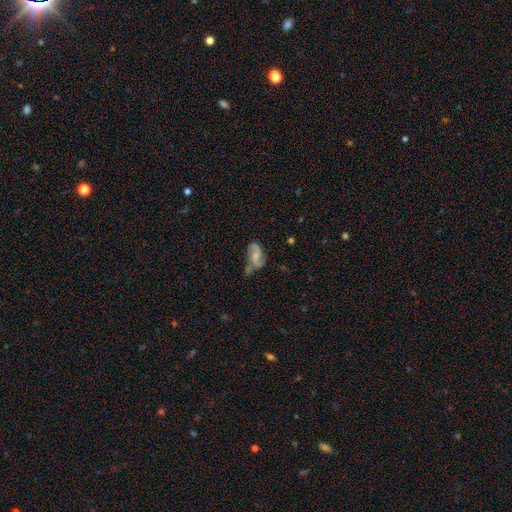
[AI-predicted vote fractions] smooth-or-featured: featured or disk: 68% | smooth: 24% | star or artifact: 8%
  disk-edge-on: no: 96% | yes: 4%
    bar: no: 56% | weak: 36% | strong: 8%
    has-spiral-arms: yes: 89% | no: 11%
      spiral-winding: loose: 53% | medium: 35% | tight: 11%
      spiral-arm-count: 2: 87% | can't tell: 6% | 1: 3% | 3: 2% | 4: 1% | more than 4: 1%
    bulge-size: moderate: 41% | small: 38% | none: 14% | large: 5% | dominant: 1%
  merging: none: 42% | minor disturbance: 29% | major disturbance: 19% | merger: 10%